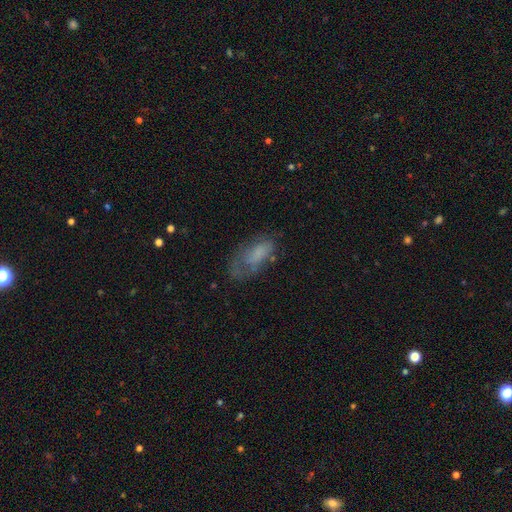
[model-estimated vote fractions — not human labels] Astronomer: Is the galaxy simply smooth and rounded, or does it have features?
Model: smooth — 59%.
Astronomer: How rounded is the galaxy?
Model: in between — 86%.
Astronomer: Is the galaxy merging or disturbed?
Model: none — 44% (runner-up: minor disturbance, 28%).